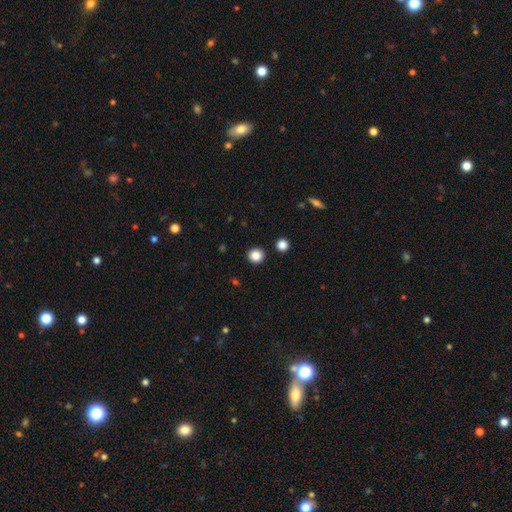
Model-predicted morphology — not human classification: smooth_or_featured: smooth (p=0.86) [alt: star or artifact p=0.11]
how_rounded: round (p=0.90) [alt: in between p=0.09]
merging: none (p=0.91) [alt: minor disturbance p=0.05]